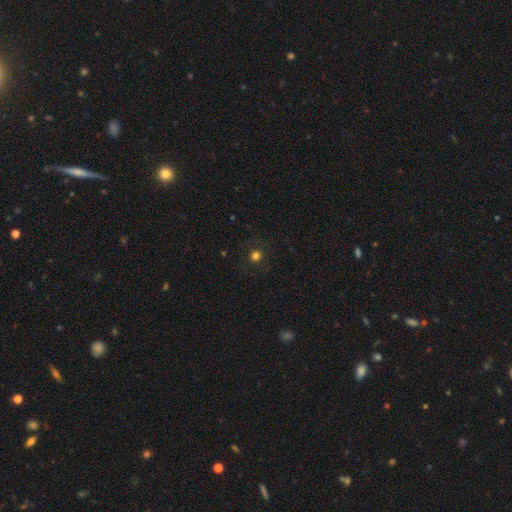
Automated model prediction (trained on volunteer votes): Smooth or featured?
  - smooth: 74% *
  - star or artifact: 20%
  - featured or disk: 6%
How rounded?
  - round: 93% *
  - in between: 6%
  - cigar-shaped: 1%
Merging?
  - none: 88% *
  - minor disturbance: 8%
  - major disturbance: 4%
  - merger: 1%